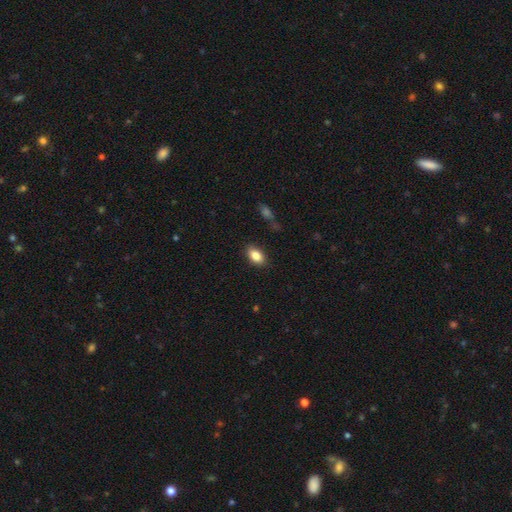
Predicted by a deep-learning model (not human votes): A smooth galaxy with no disk features (85%) that is in between round and cigar-shaped (89%).

Vote fractions:
- Smooth or featured? smooth: 85% / star or artifact: 8% / featured or disk: 7%
- How rounded? in between: 89% / round: 8% / cigar-shaped: 3%
- Merging? none: 86% / minor disturbance: 10% / major disturbance: 2% / merger: 1%